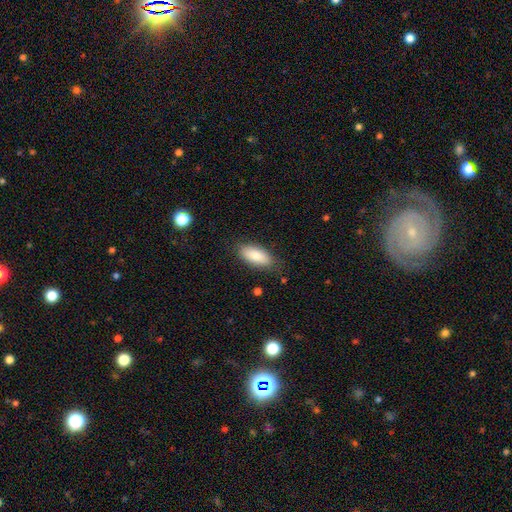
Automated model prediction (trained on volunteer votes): A smooth galaxy with no disk features (84%) that is in between round and cigar-shaped (87%).

Vote fractions:
- Smooth or featured? smooth: 84% / featured or disk: 10% / star or artifact: 7%
- How rounded? in between: 87% / cigar-shaped: 10% / round: 2%
- Merging? none: 81% / minor disturbance: 14% / major disturbance: 3% / merger: 1%